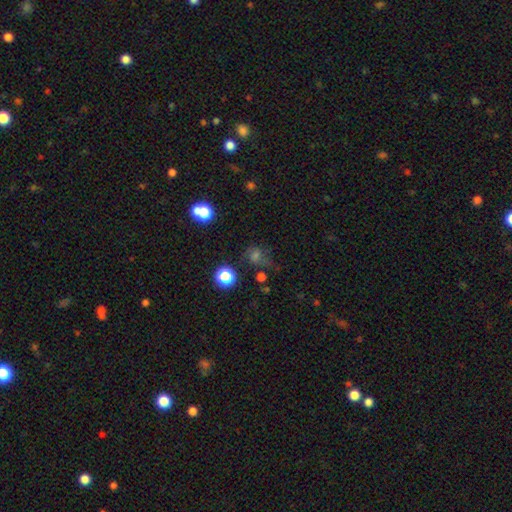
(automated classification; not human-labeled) smooth-or-featured: smooth: 50% | star or artifact: 34% | featured or disk: 17%
  merging: none: 53% | minor disturbance: 21% | major disturbance: 18% | merger: 7%